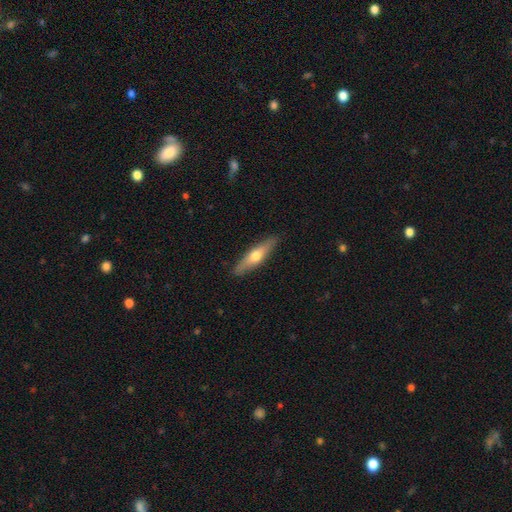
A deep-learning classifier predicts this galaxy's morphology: The model was most divided on "smooth or featured": smooth: 50%, featured or disk: 44%, star or artifact: 5%. More confident: merging — none (89%); how rounded — cigar-shaped (75%).